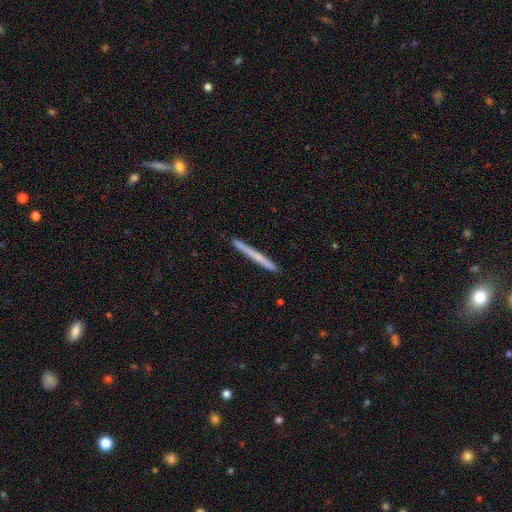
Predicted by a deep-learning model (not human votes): The model was most divided on "smooth or featured": smooth: 52%, featured or disk: 42%, star or artifact: 6%. More confident: how rounded — cigar-shaped (97%); merging — none (90%).